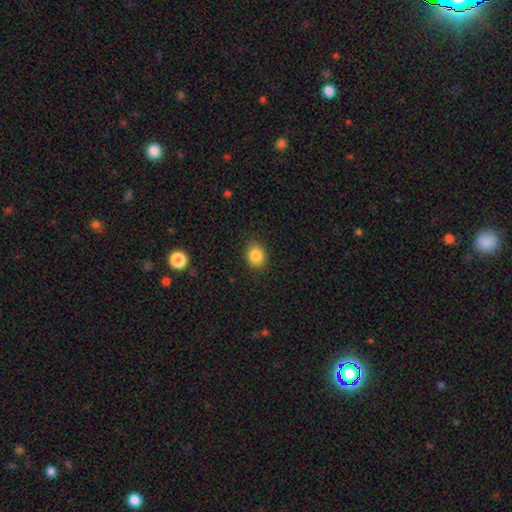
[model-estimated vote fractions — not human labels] A smooth galaxy with no disk features (85%) that is round (62%).

Vote fractions:
- Smooth or featured? smooth: 85% / star or artifact: 10% / featured or disk: 5%
- How rounded? round: 62% / in between: 37% / cigar-shaped: 1%
- Merging? none: 84% / minor disturbance: 12% / major disturbance: 3% / merger: 1%